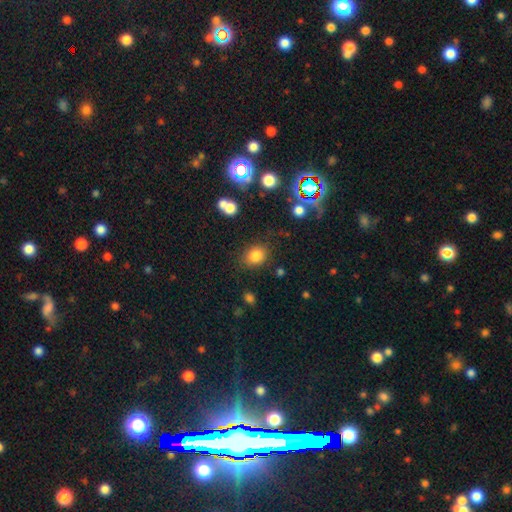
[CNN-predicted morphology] Smooth or featured? Predicted: smooth (p=0.81). How rounded? Predicted: round (p=0.57). Merging? Predicted: none (p=0.80).